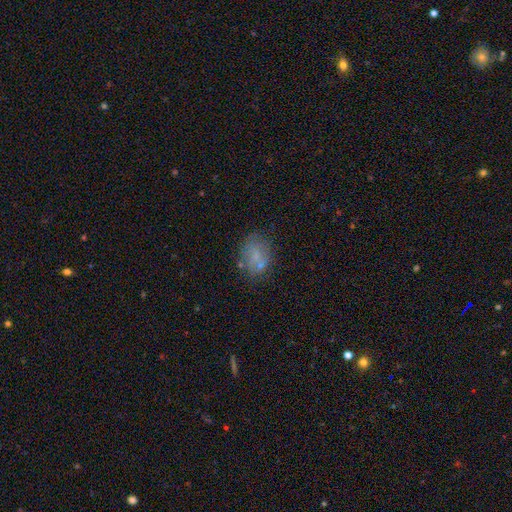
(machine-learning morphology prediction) A smooth galaxy with no disk features (61%) that is in between round and cigar-shaped (68%). Merging: none (61%).